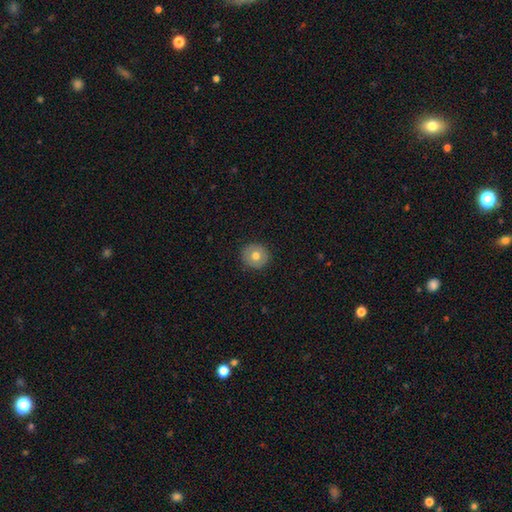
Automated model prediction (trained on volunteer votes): Overall: smooth (71%). How rounded: round (92%). Merging: none (91%).